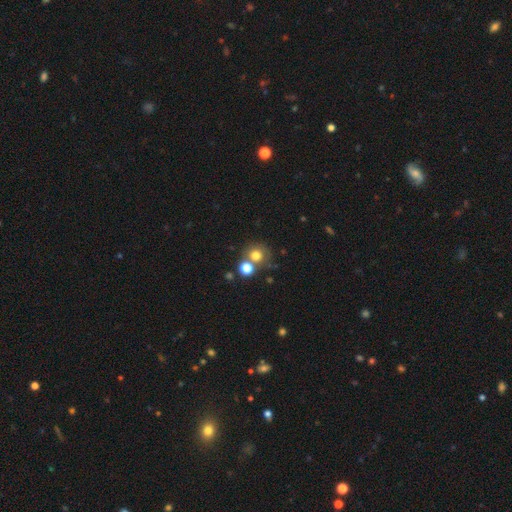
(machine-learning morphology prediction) This is likely a smooth galaxy (72%). How rounded: clearly round (87%). Merging: possibly none (58%).